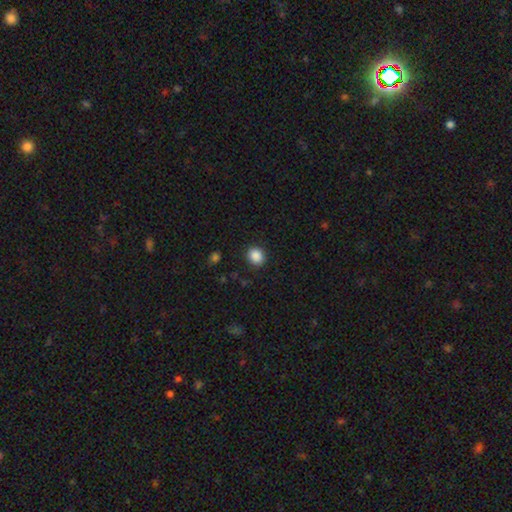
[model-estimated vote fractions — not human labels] This is clearly a smooth galaxy (87%). How rounded: likely round (76%). Merging: clearly none (89%).